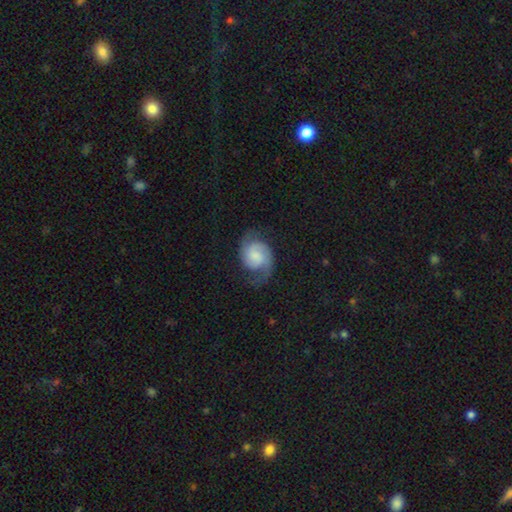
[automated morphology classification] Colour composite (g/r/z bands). It shows a featured or disk galaxy (77%) with no bar (59%), 2 (86%) medium (48%) spiral arms (96%) and no central bulge (31%). Merging: none (65%).